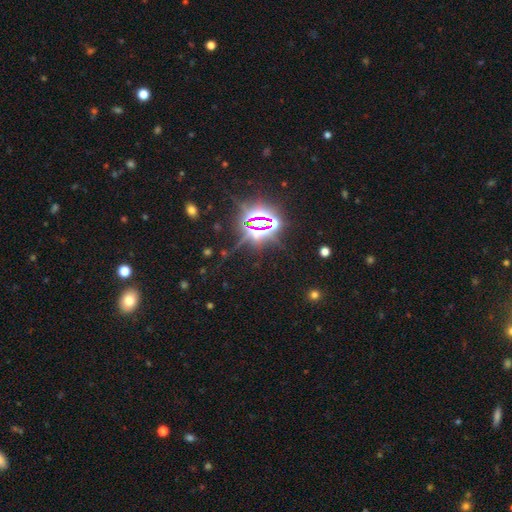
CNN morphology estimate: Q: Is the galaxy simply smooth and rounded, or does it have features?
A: star or artifact — 83%.